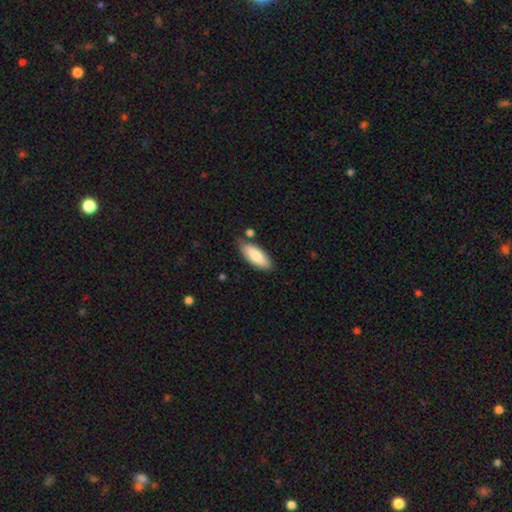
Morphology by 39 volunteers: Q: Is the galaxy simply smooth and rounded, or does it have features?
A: smooth — 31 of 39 (79%).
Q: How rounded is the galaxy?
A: in between — 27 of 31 (87%).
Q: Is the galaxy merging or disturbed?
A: none — 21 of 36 (58%).